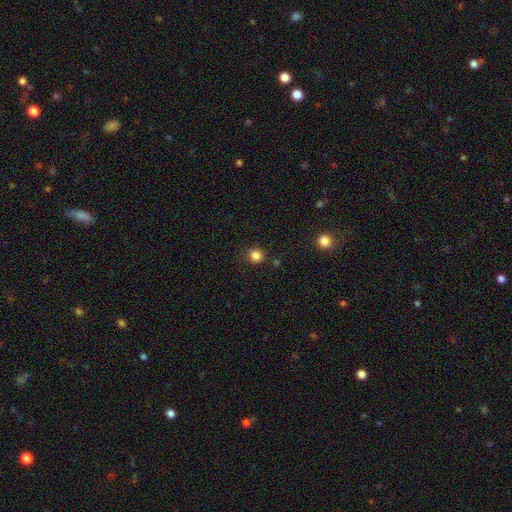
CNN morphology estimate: smooth 84%, star or artifact 12%, featured or disk 4%. Down the decision tree: how rounded — round (88%); merging — none (85%).